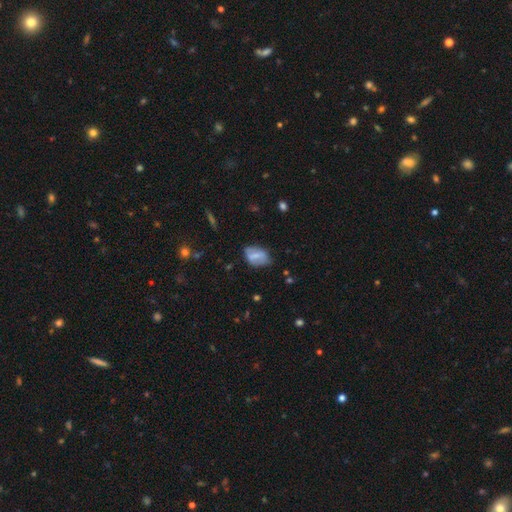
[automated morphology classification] Q: Smooth or featured?
A: smooth (53%); runner-up: featured or disk (38%)
Q: How rounded?
A: in between (83%); runner-up: round (14%)
Q: Merging?
A: none (66%); runner-up: minor disturbance (23%)